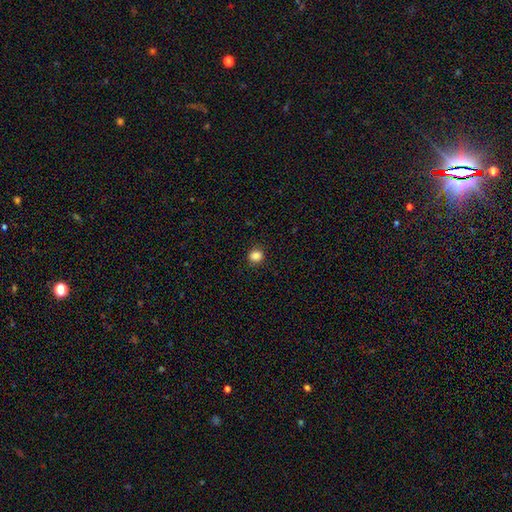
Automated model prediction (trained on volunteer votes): Morphology: type=smooth (86%); roundness=round (78%); merging=none (89%).